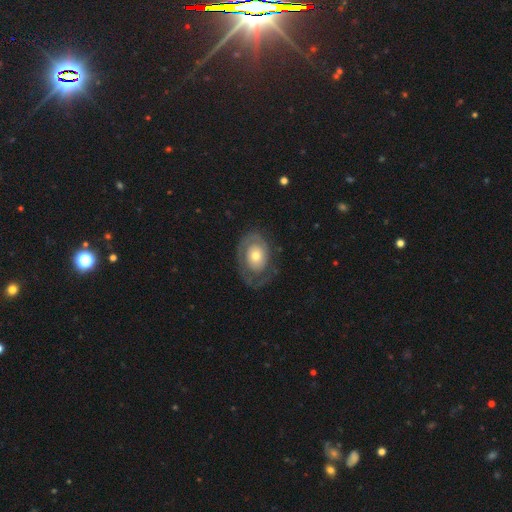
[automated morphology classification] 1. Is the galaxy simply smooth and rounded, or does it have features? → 66% featured or disk, 29% smooth, 5% star or artifact.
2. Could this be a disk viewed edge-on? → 95% no, 5% yes.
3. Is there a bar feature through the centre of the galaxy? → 87% no, 11% weak, 3% strong.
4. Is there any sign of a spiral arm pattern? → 62% yes, 38% no.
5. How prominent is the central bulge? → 61% moderate, 26% small, 10% large, 2% dominant, 1% none.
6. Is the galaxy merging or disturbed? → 61% none, 20% minor disturbance, 17% major disturbance, 1% merger.